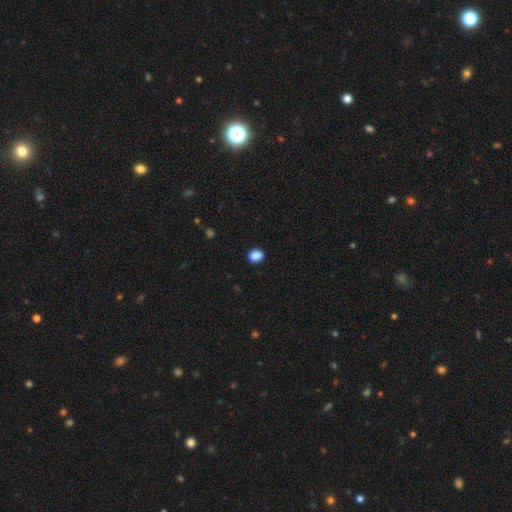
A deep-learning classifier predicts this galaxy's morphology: Smooth or featured?
  - smooth: 88% *
  - star or artifact: 9%
  - featured or disk: 3%
How rounded?
  - in between: 50% *
  - round: 49%
  - cigar-shaped: 1%
Merging?
  - none: 89% *
  - minor disturbance: 8%
  - major disturbance: 2%
  - merger: 1%